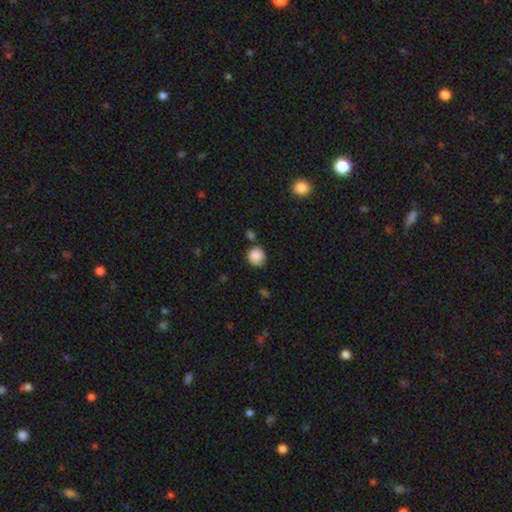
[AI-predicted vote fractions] smooth_or_featured: smooth (p=0.87) [alt: star or artifact p=0.09]
how_rounded: round (p=0.90) [alt: in between p=0.09]
merging: none (p=0.71) [alt: minor disturbance p=0.19]